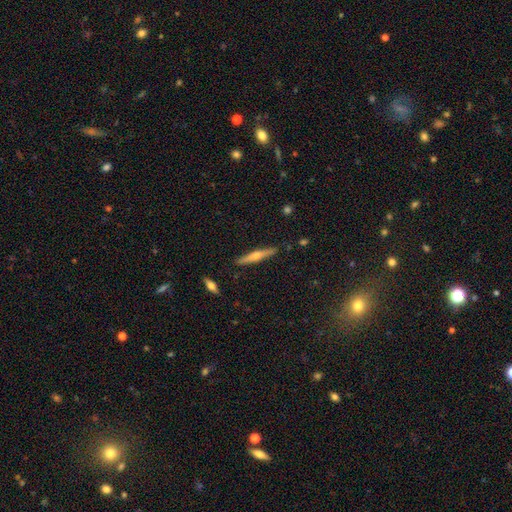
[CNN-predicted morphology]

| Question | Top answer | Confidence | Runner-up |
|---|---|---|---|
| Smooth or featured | featured or disk | 54% | smooth (40%) |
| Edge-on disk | yes | 97% | no (3%) |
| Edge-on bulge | rounded | 81% | none (12%) |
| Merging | none | 89% | minor disturbance (8%) |